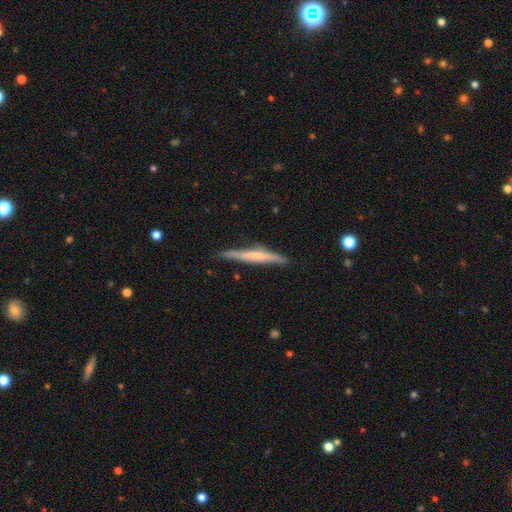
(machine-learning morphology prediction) Smooth or featured? Predicted: featured or disk (p=0.50). Edge-on disk? Predicted: yes (p=0.96). Merging? Predicted: none (p=0.84).